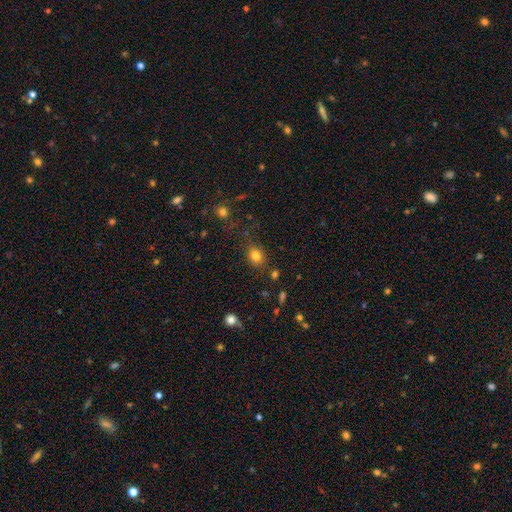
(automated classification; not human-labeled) This appears to be a smooth galaxy with no disk features (81%) that is round (57%). Merging: none (76%).